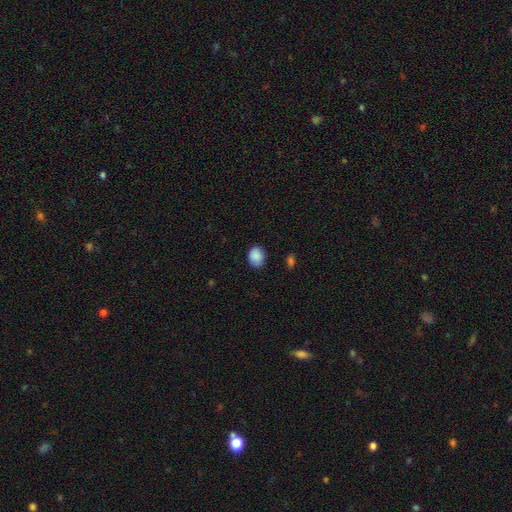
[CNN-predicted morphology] This appears to be a smooth galaxy with no disk features (89%) that is in between round and cigar-shaped (57%). Merging: none (82%).